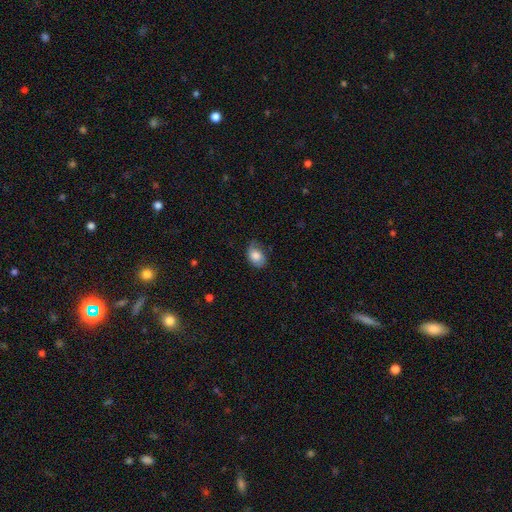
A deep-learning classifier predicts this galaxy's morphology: A smooth galaxy with no disk features (78%) that is in between round and cigar-shaped (76%). Merging: none (58%).